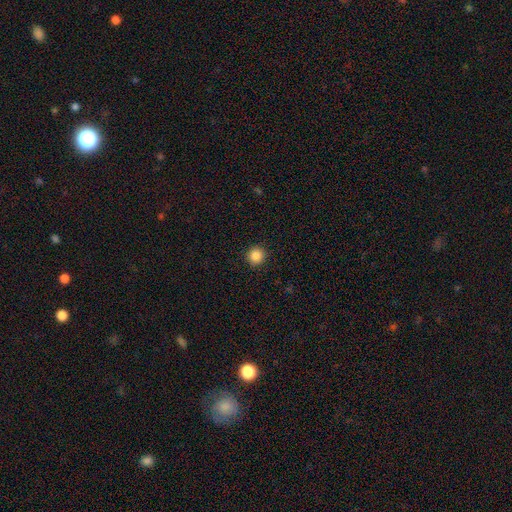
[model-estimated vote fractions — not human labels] smooth_or_featured: smooth (p=0.86) [alt: star or artifact p=0.10]
how_rounded: round (p=0.94) [alt: in between p=0.05]
merging: none (p=0.92) [alt: minor disturbance p=0.05]